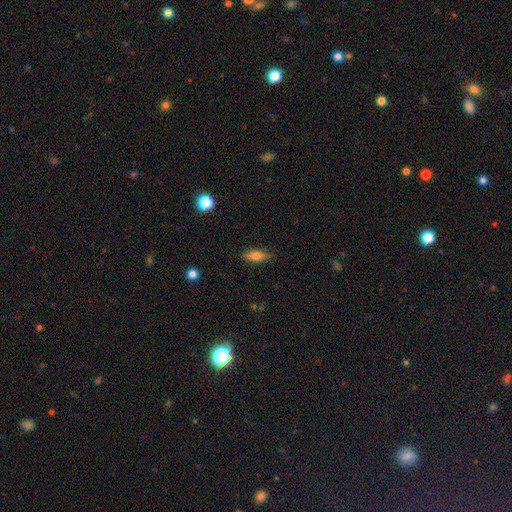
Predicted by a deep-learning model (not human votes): This is likely a smooth galaxy (73%). How rounded: likely in between (64%). Merging: likely none (80%).